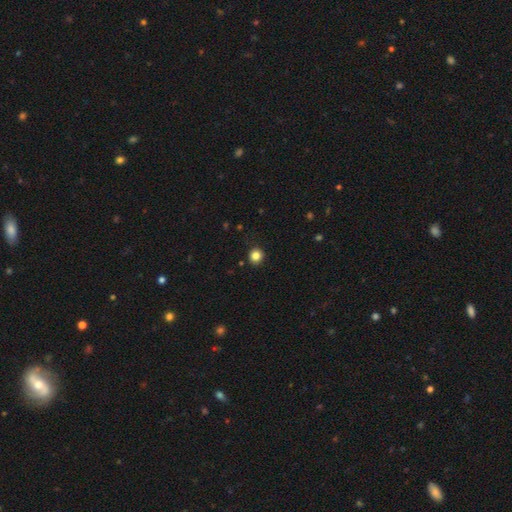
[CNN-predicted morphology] smooth 84%, star or artifact 12%, featured or disk 4%. Down the decision tree: how rounded — round (91%); merging — none (90%).